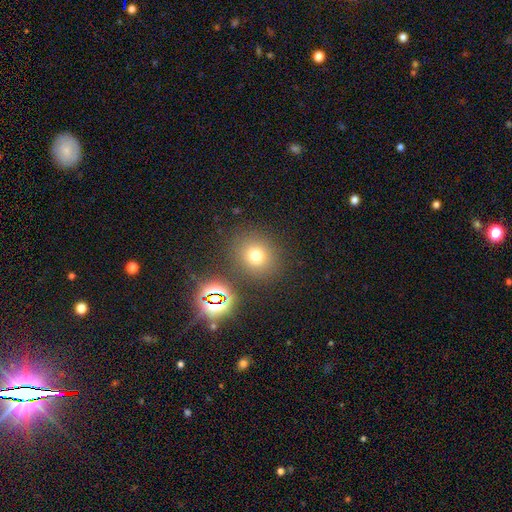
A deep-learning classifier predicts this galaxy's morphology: type=smooth (70%); roundness=round (84%); merging=none (83%).